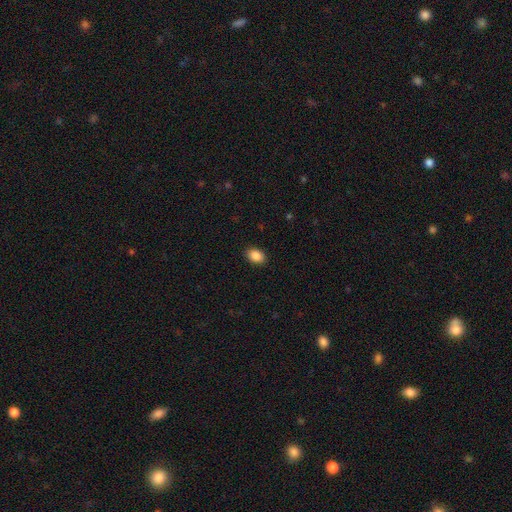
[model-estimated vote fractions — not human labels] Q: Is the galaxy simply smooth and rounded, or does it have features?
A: smooth — 89%.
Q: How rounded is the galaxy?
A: in between — 79%.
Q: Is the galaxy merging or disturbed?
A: none — 90%.